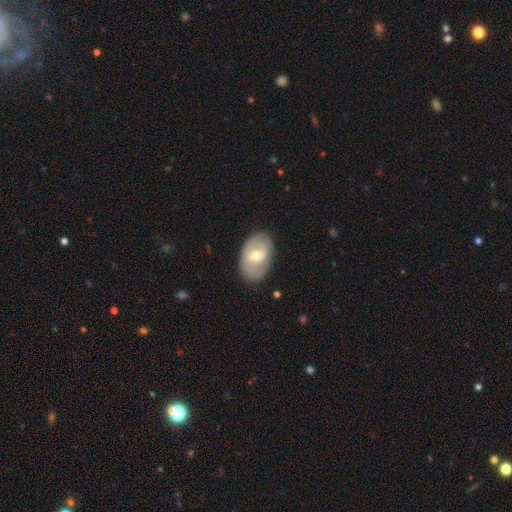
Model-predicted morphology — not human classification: Smooth or featured? smooth (49%)
Merging? none (80%)